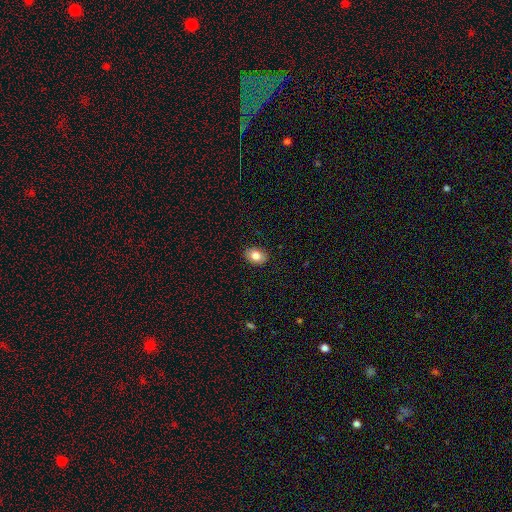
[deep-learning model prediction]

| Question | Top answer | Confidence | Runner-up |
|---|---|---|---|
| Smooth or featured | smooth | 83% | featured or disk (9%) |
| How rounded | in between | 71% | round (28%) |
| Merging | none | 89% | minor disturbance (8%) |